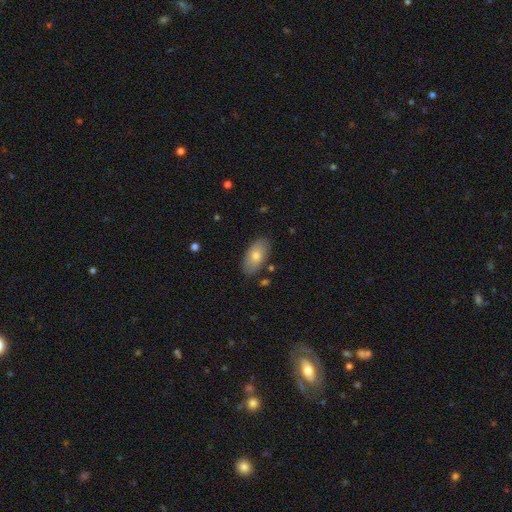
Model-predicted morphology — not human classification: A smooth galaxy with no disk features (71%) that is in between round and cigar-shaped (93%).

Vote fractions:
- Smooth or featured? smooth: 71% / featured or disk: 23% / star or artifact: 7%
- How rounded? in between: 93% / round: 3% / cigar-shaped: 3%
- Merging? none: 83% / minor disturbance: 13% / major disturbance: 2% / merger: 2%